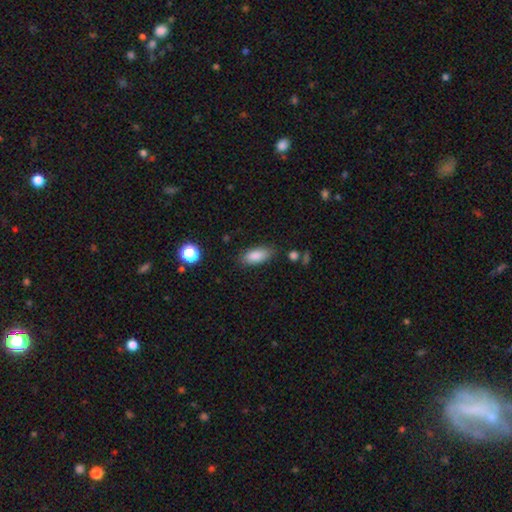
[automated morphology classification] Overall: smooth (87%). How rounded: in between (86%). Merging: none (82%).